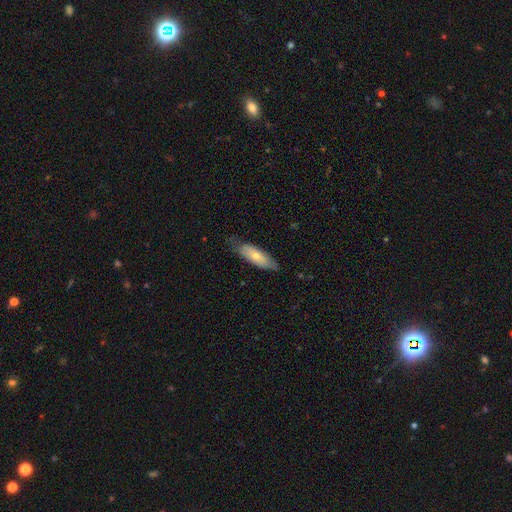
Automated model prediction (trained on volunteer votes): Smooth or featured? Predicted: smooth (p=0.58). How rounded? Predicted: in between (p=0.51). Merging? Predicted: none (p=0.73).